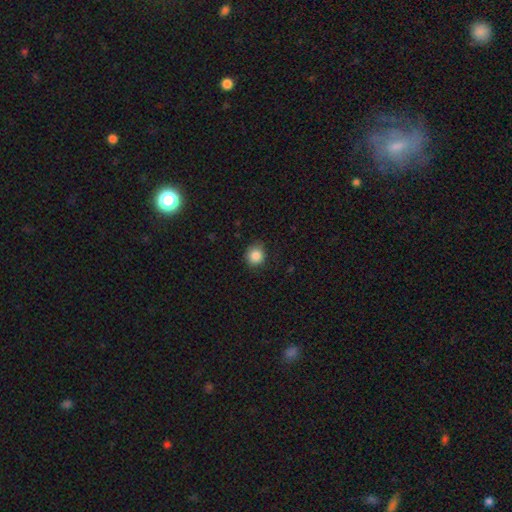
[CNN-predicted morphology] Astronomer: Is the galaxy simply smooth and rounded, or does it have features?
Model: smooth — 85%.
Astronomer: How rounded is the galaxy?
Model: round — 87%.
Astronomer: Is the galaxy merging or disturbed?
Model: none — 83%.